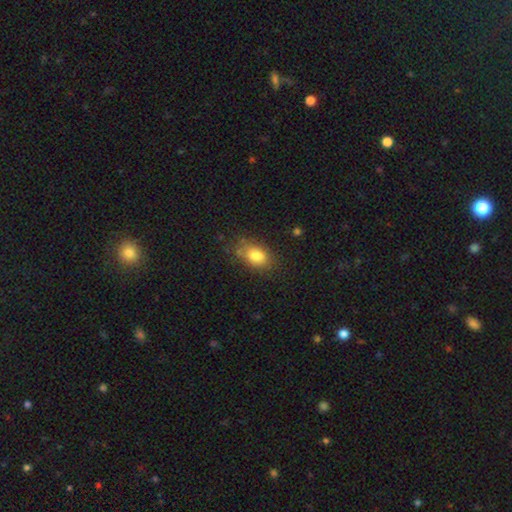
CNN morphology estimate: A smooth galaxy with no disk features (80%) that is in between round and cigar-shaped (86%).

Vote fractions:
- Smooth or featured? smooth: 80% / featured or disk: 12% / star or artifact: 9%
- How rounded? in between: 86% / round: 11% / cigar-shaped: 2%
- Merging? none: 64% / minor disturbance: 24% / major disturbance: 8% / merger: 3%